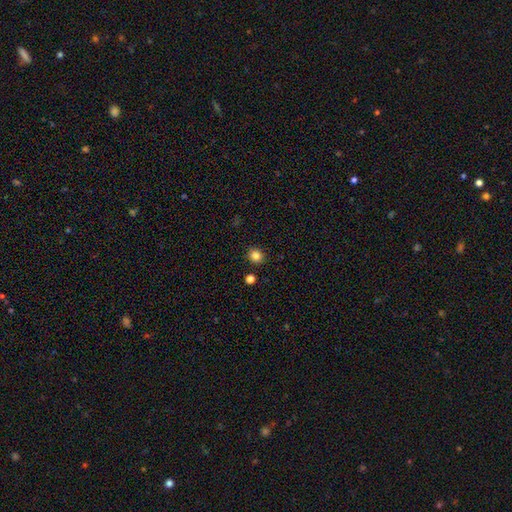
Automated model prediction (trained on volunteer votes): Smooth or featured? Predicted: smooth (p=0.83). How rounded? Predicted: round (p=0.83). Merging? Predicted: none (p=0.90).